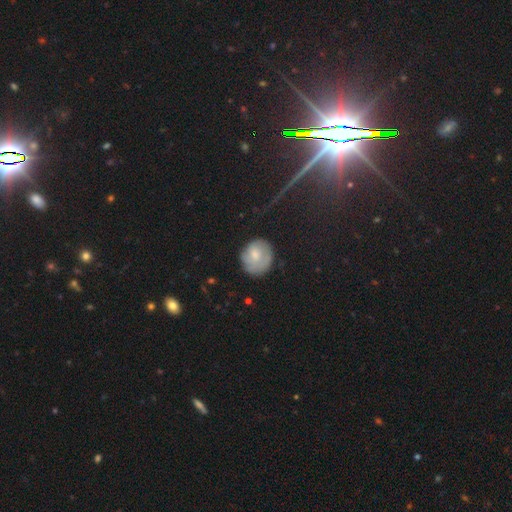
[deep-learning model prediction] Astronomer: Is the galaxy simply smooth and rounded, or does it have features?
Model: smooth — 66%.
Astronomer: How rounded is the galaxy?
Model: round — 79%.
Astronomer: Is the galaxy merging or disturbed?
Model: none — 67%.